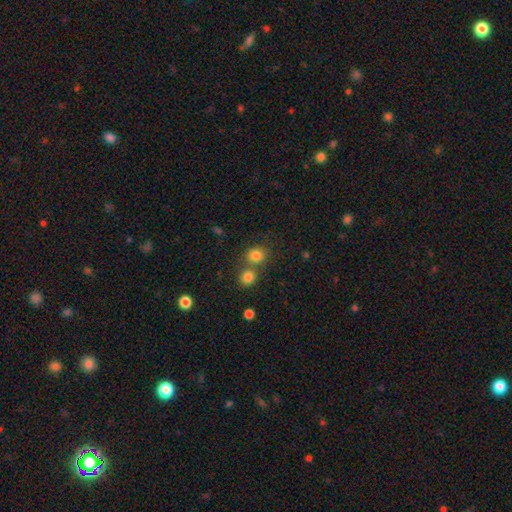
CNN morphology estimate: This appears to be a smooth galaxy with no disk features (81%) that is round (79%). Merging: none (52%).